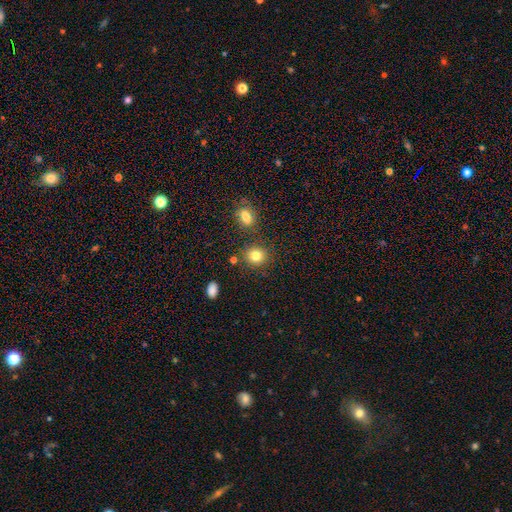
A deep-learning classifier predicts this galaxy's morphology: Q: Smooth or featured?
A: smooth (82%); runner-up: star or artifact (12%)
Q: How rounded?
A: round (79%); runner-up: in between (20%)
Q: Merging?
A: none (82%); runner-up: minor disturbance (9%)